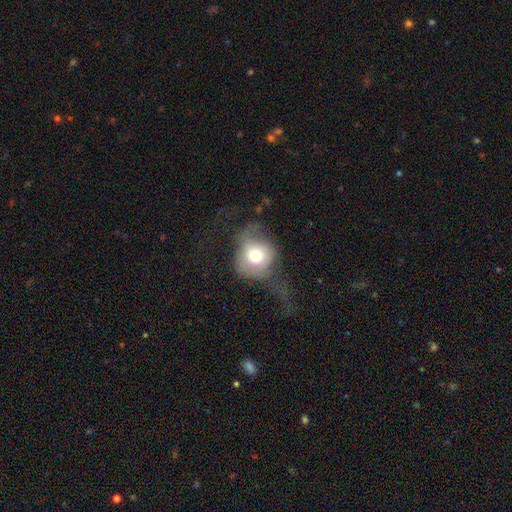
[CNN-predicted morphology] A smooth galaxy with no disk features (66%) that is round (77%). Merging: major disturbance (43%).